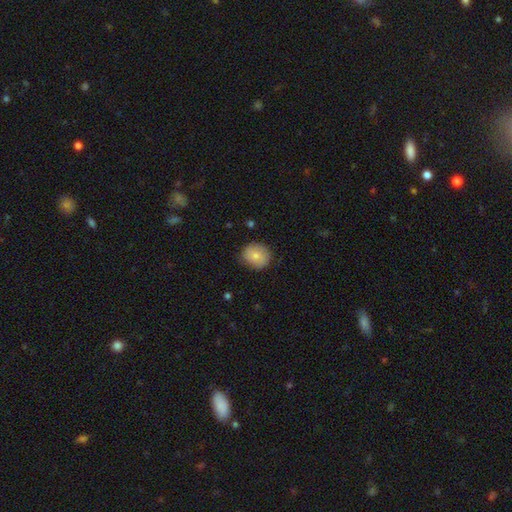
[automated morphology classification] Q: Smooth or featured?
A: smooth (78%); runner-up: featured or disk (14%)
Q: How rounded?
A: round (76%); runner-up: in between (23%)
Q: Merging?
A: none (79%); runner-up: minor disturbance (17%)